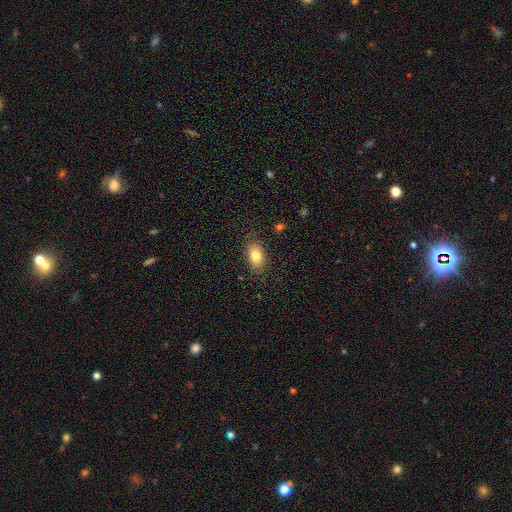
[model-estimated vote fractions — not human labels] Smooth or featured? Predicted: smooth (p=0.81). How rounded? Predicted: in between (p=0.86). Merging? Predicted: none (p=0.83).